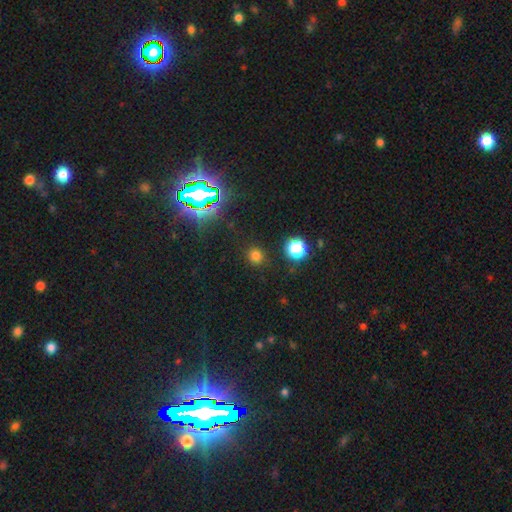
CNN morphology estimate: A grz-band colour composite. It shows a smooth galaxy with no disk features (71%) that is round (89%). Merging: none (87%).